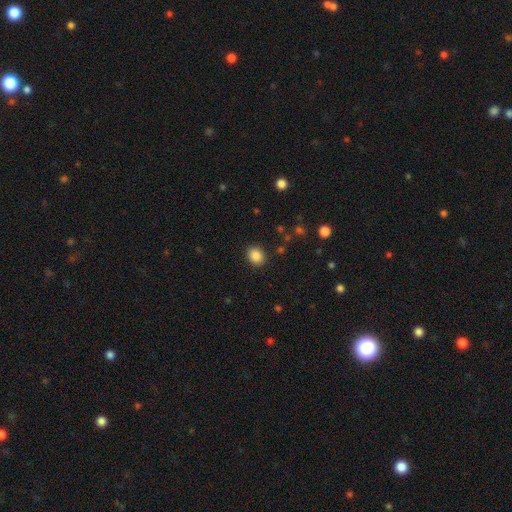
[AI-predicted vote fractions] smooth 87%, star or artifact 10%, featured or disk 4%. Down the decision tree: how rounded — round (59%); merging — none (89%).